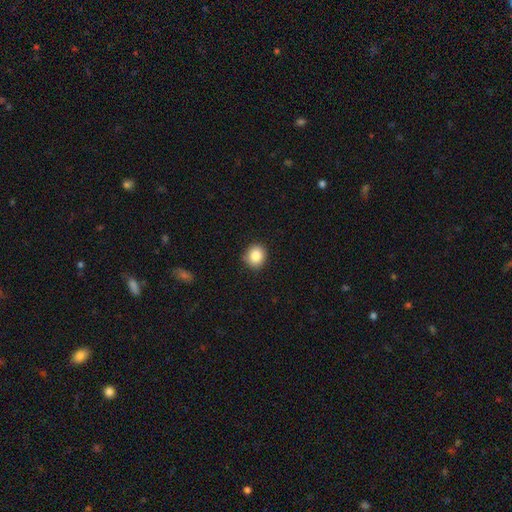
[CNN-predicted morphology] Overall: smooth (86%). How rounded: round (83%). Merging: none (87%).